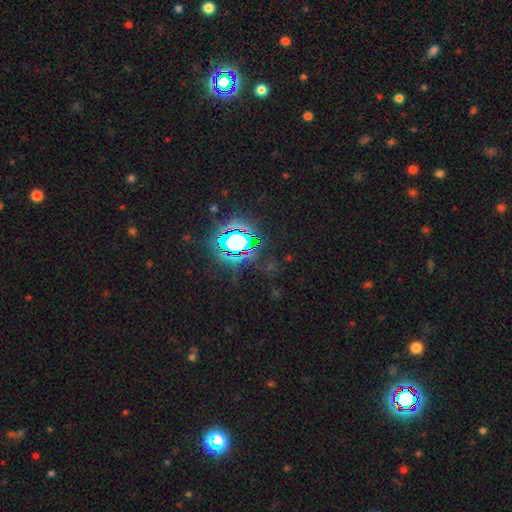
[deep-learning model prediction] smooth-or-featured: star or artifact: 83% | smooth: 10% | featured or disk: 7%